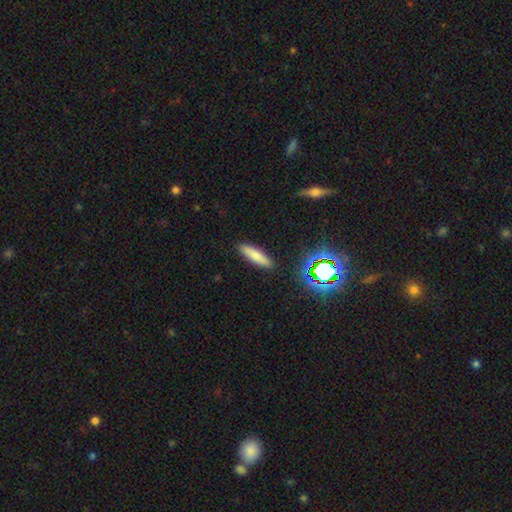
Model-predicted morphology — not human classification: smooth_or_featured: smooth (p=0.73) [alt: featured or disk p=0.17]
how_rounded: cigar-shaped (p=0.69) [alt: in between p=0.28]
merging: none (p=0.89) [alt: minor disturbance p=0.08]